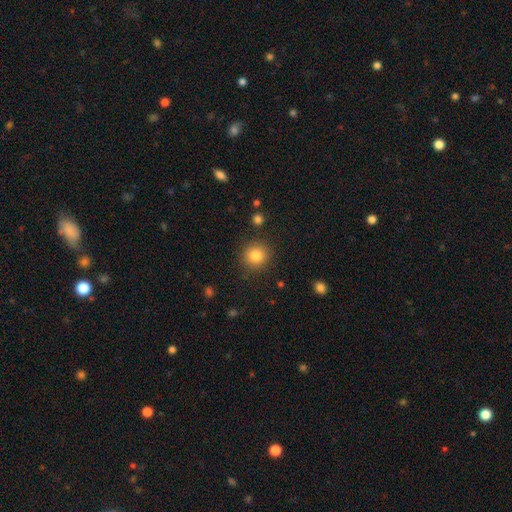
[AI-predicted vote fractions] A smooth galaxy with no disk features (83%) that is round (91%). Merging: none (88%).